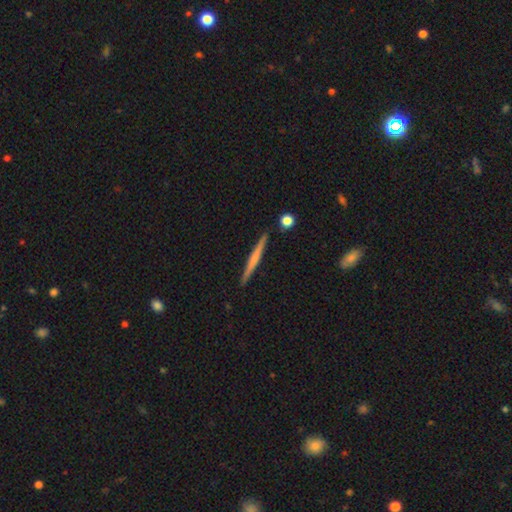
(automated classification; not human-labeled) Smooth or featured?
  - featured or disk: 61% *
  - smooth: 28%
  - star or artifact: 11%
Edge-on disk?
  - yes: 96% *
  - no: 4%
Edge-on bulge?
  - rounded: 47% *
  - none: 42%
  - boxy: 11%
Merging?
  - none: 88% *
  - minor disturbance: 7%
  - merger: 2%
  - major disturbance: 2%